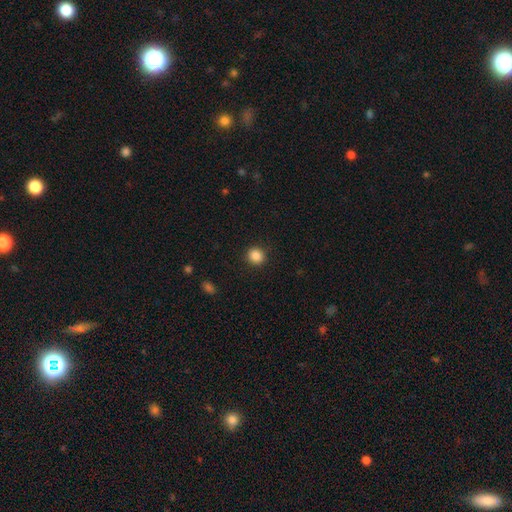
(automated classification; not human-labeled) This is clearly a smooth galaxy (87%). How rounded: clearly round (89%). Merging: clearly none (91%).